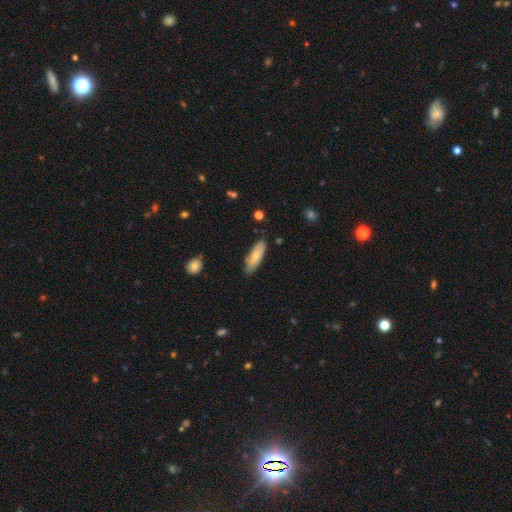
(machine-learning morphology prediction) A smooth galaxy with no disk features (73%) that is in between round and cigar-shaped (59%). Merging: none (80%).